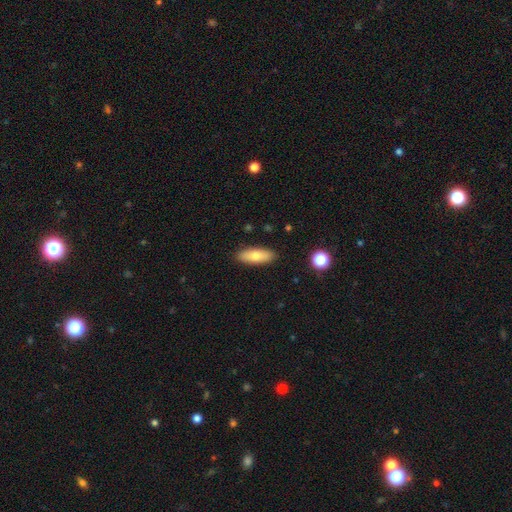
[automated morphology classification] smooth_or_featured: smooth (p=0.73) [alt: featured or disk p=0.20]
how_rounded: in between (p=0.64) [alt: cigar-shaped p=0.33]
merging: none (p=0.88) [alt: minor disturbance p=0.08]